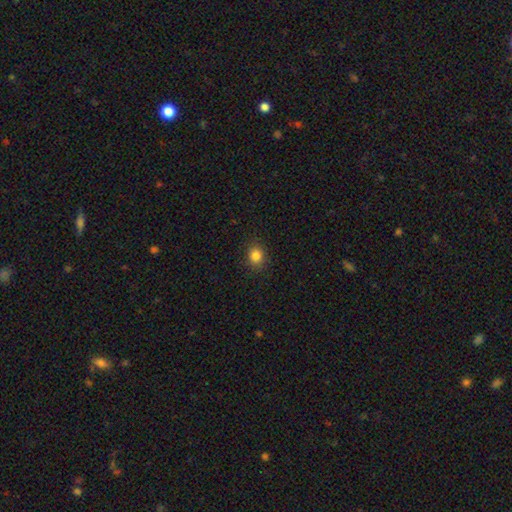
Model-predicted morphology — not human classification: This is clearly a smooth galaxy (84%). How rounded: likely round (68%). Merging: clearly none (88%).